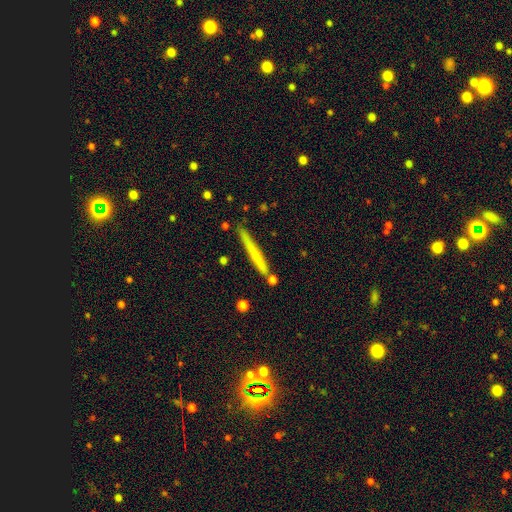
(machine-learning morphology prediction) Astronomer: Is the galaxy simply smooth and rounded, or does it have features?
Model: smooth — 60%.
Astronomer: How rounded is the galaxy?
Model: cigar-shaped — 96%.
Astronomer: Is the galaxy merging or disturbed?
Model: none — 81%.